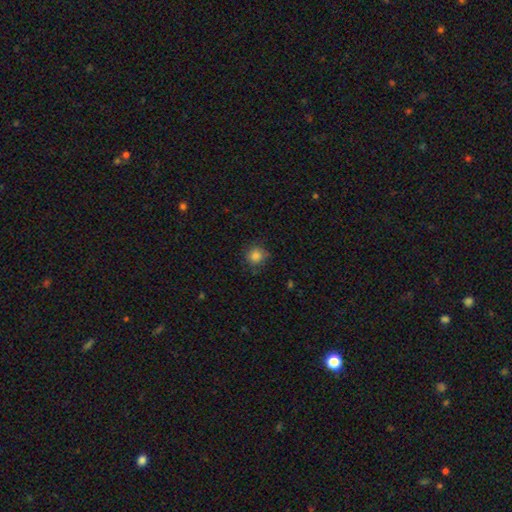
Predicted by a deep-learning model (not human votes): Q: Smooth or featured?
A: smooth (83%); runner-up: star or artifact (11%)
Q: How rounded?
A: round (88%); runner-up: in between (11%)
Q: Merging?
A: none (77%); runner-up: minor disturbance (17%)